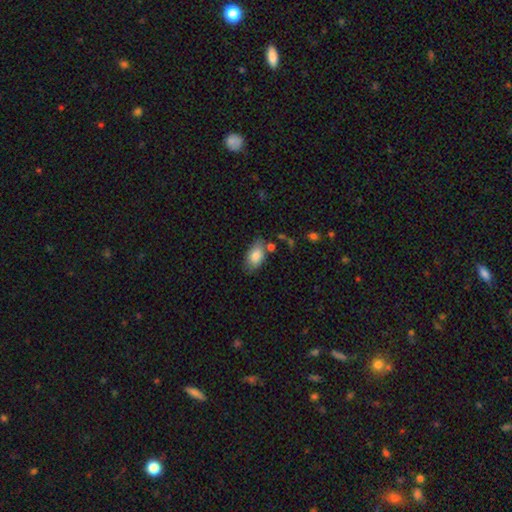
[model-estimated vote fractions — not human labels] This appears to be a smooth galaxy with no disk features (83%) that is in between round and cigar-shaped (91%). Merging: none (67%).